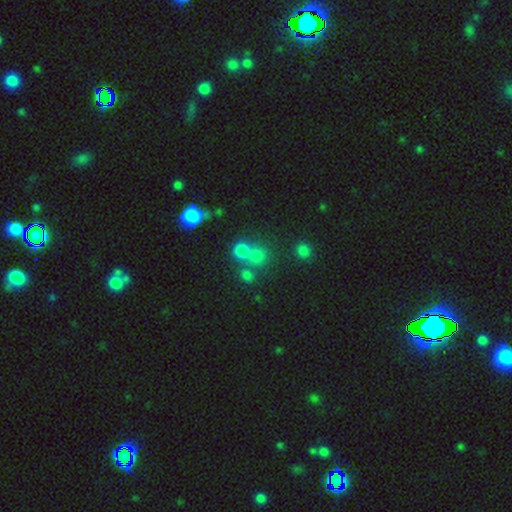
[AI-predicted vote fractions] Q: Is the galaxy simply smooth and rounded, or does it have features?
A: smooth — 71%.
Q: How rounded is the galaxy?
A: round — 88%.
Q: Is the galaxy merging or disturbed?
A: none — 57%.